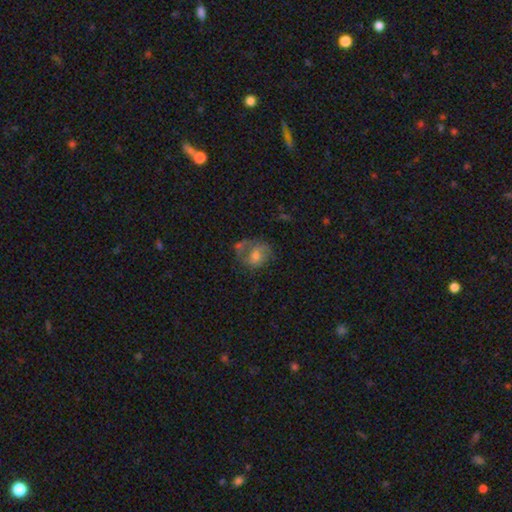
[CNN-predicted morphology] A featured or disk galaxy (46%).

Vote fractions:
- Smooth or featured? featured or disk: 46% / smooth: 44% / star or artifact: 11%
- Merging? none: 43% / minor disturbance: 24% / major disturbance: 19% / merger: 14%